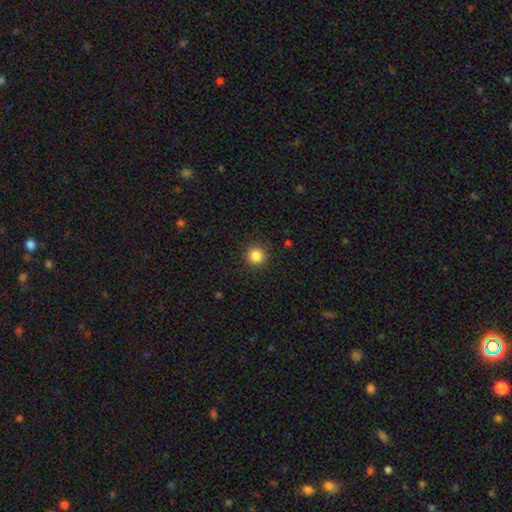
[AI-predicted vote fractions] Q: Smooth or featured?
A: smooth (85%); runner-up: star or artifact (11%)
Q: How rounded?
A: round (95%); runner-up: in between (4%)
Q: Merging?
A: none (92%); runner-up: minor disturbance (5%)